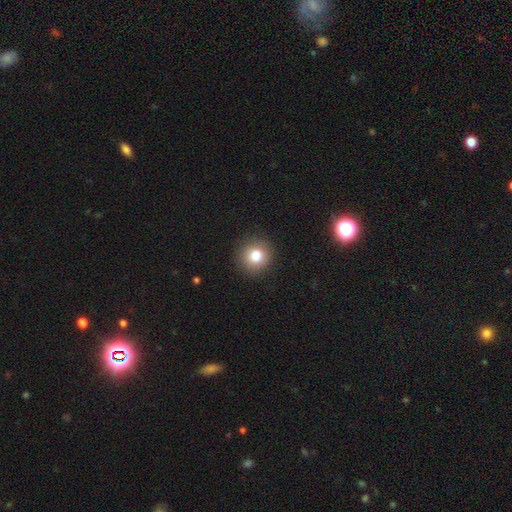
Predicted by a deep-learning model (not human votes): Smooth or featured? smooth (81%)
How rounded? round (91%)
Merging? none (91%)